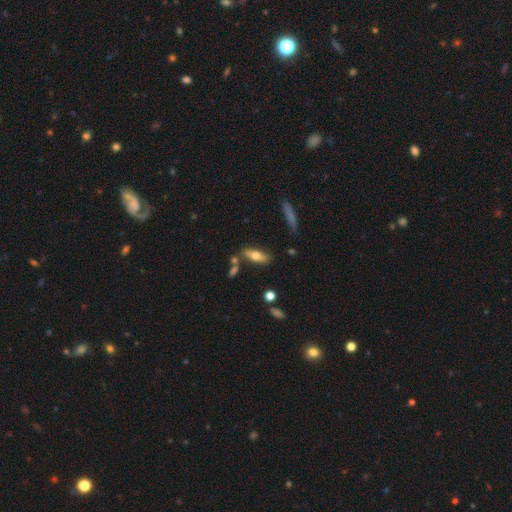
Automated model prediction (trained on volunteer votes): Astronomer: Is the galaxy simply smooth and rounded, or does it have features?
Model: smooth — 59% (runner-up: featured or disk, 34%).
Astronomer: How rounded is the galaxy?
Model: in between — 59% (runner-up: cigar-shaped, 38%).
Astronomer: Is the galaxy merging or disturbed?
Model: none — 71%.